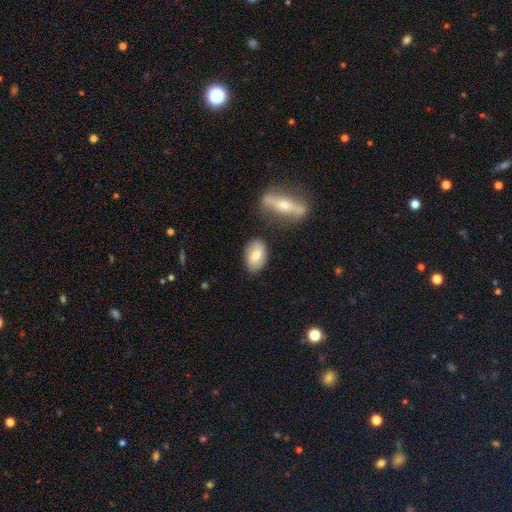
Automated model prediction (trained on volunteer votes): smooth-or-featured: smooth: 74% | featured or disk: 20% | star or artifact: 6%
  how-rounded: in between: 90% | round: 8% | cigar-shaped: 2%
  merging: none: 78% | minor disturbance: 12% | merger: 7% | major disturbance: 3%